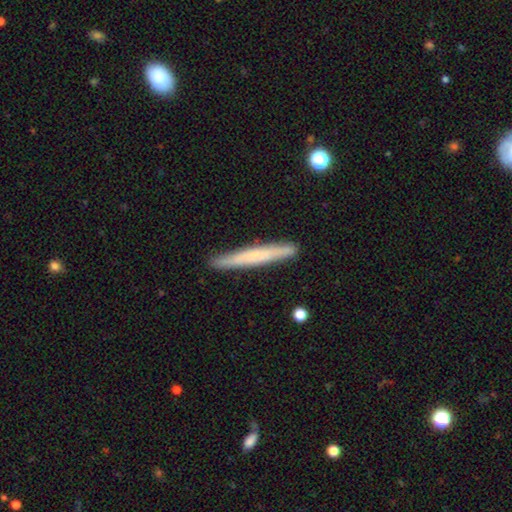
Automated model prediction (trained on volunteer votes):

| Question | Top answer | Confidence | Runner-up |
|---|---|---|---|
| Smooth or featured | smooth | 56% | featured or disk (39%) |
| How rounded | cigar-shaped | 96% | in between (2%) |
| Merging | none | 89% | minor disturbance (8%) |